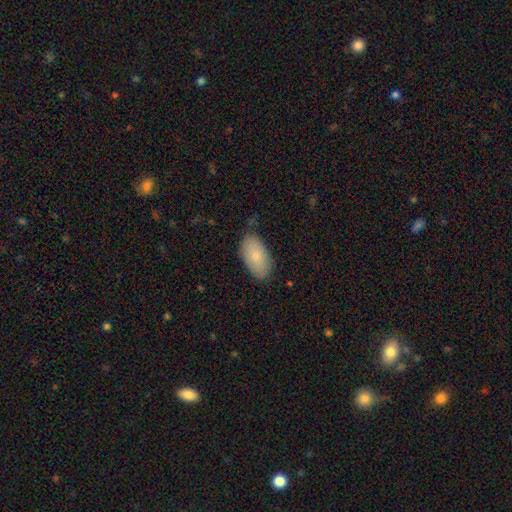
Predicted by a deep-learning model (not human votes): smooth 79%, featured or disk 14%, star or artifact 7%. Down the decision tree: how rounded — in between (95%); merging — none (77%).